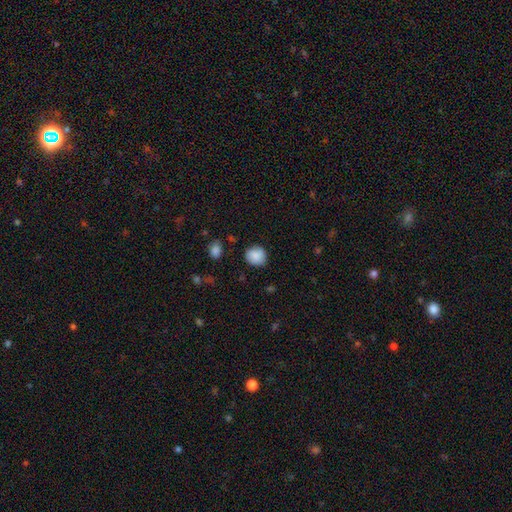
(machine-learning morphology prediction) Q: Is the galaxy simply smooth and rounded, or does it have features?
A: smooth — 86%.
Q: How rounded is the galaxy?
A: round — 85%.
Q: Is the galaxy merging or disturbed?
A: none — 82%.